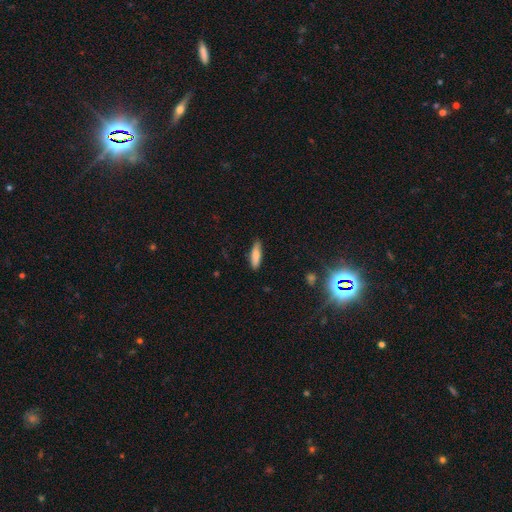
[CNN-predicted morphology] This is likely a smooth galaxy (79%). How rounded: likely cigar-shaped (62%). Merging: clearly none (86%).